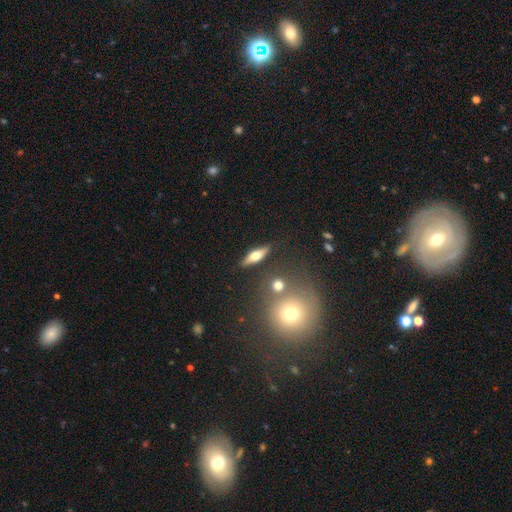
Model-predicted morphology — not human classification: Q: Smooth or featured?
A: smooth (47%); runner-up: featured or disk (45%)
Q: Merging?
A: none (84%); runner-up: minor disturbance (9%)